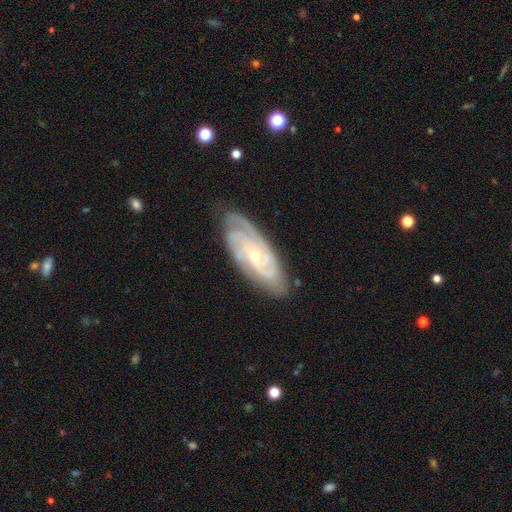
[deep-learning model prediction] This is clearly a featured or disk galaxy (89%). It is clearly not viewed edge-on (94%). Bar: likely no (70%). Spiral arm pattern: clearly yes (98%). Spiral arm count: marginally 3 (38%). Spiral winding: likely tight (69%). Central bulge: likely small (76%). Merging: likely none (79%).